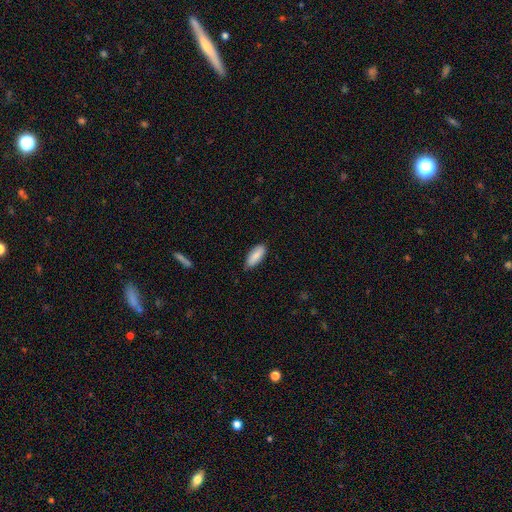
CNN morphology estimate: Smooth or featured?
  - smooth: 85% *
  - featured or disk: 9%
  - star or artifact: 6%
How rounded?
  - in between: 79% *
  - cigar-shaped: 19%
  - round: 2%
Merging?
  - none: 84% *
  - minor disturbance: 13%
  - major disturbance: 2%
  - merger: 1%